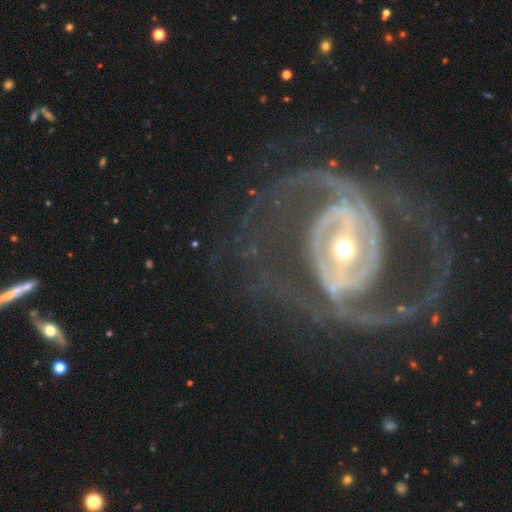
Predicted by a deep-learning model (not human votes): A featured or disk galaxy (90%) with a strong bar (55%), 2 (76%) medium (46%) spiral arms (93%) and a moderate central bulge (53%). Merging: none (68%).